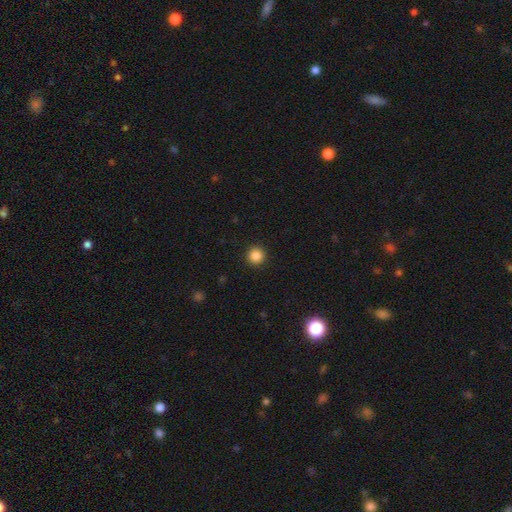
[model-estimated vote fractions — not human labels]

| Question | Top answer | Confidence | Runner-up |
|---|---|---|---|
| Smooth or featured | smooth | 86% | star or artifact (11%) |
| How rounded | round | 95% | in between (4%) |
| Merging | none | 92% | minor disturbance (5%) |